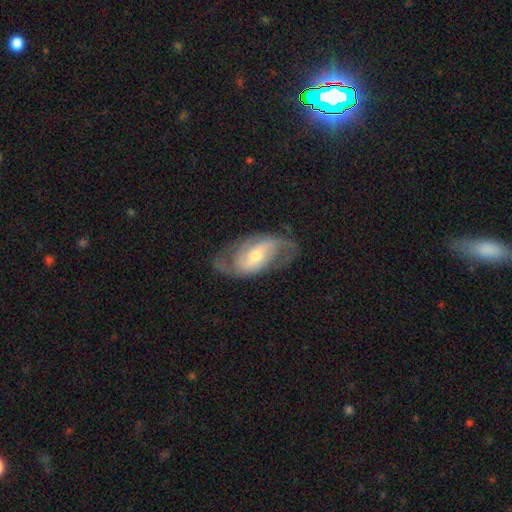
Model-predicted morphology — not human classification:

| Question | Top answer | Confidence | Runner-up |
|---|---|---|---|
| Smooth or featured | featured or disk | 83% | smooth (11%) |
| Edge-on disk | no | 95% | yes (5%) |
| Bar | weak | 43% | no (33%) |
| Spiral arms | yes | 94% | no (6%) |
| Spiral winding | medium | 47% | loose (32%) |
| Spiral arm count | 2 | 83% | can't tell (8%) |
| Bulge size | moderate | 47% | small (46%) |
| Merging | none | 71% | minor disturbance (18%) |